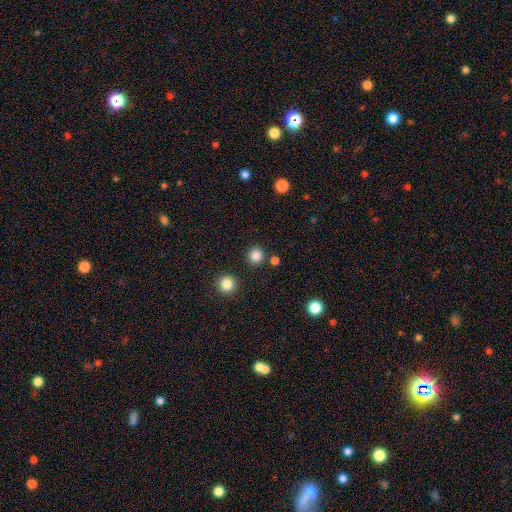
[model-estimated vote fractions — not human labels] Smooth or featured?
  - smooth: 84% *
  - star or artifact: 12%
  - featured or disk: 4%
How rounded?
  - round: 92% *
  - in between: 7%
  - cigar-shaped: 1%
Merging?
  - none: 88% *
  - minor disturbance: 6%
  - merger: 4%
  - major disturbance: 2%